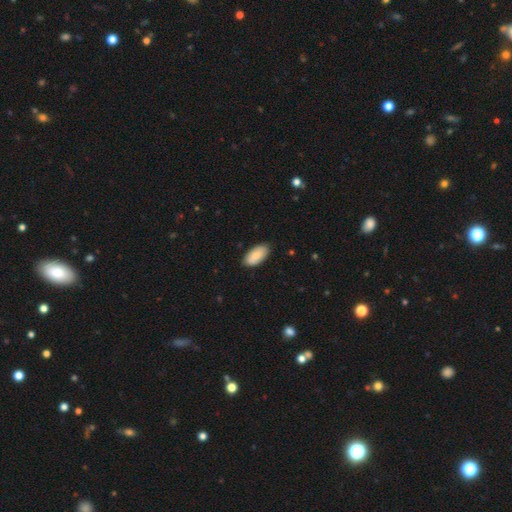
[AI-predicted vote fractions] Smooth or featured? smooth (84%)
How rounded? in between (94%)
Merging? none (85%)